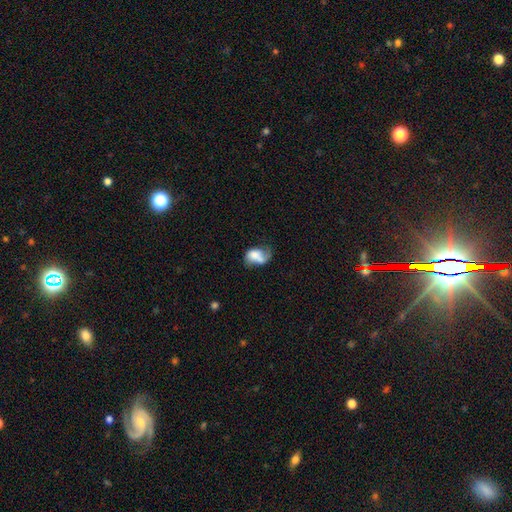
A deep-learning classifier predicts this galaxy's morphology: Overall: smooth (58%; featured or disk 33%). How rounded: in between (75%). Merging: major disturbance (29%; none 25%).